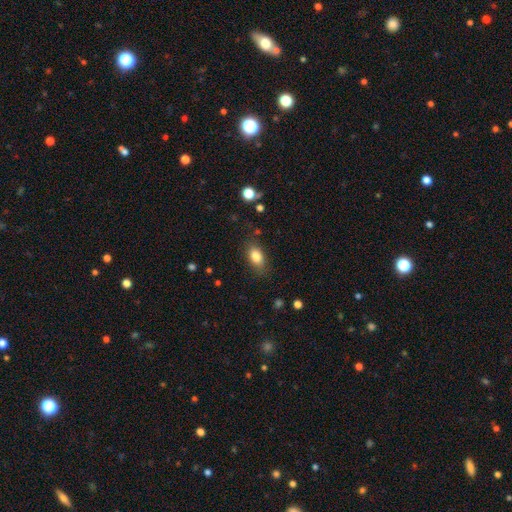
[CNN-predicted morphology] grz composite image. It shows a smooth galaxy with no disk features (83%) that is in between round and cigar-shaped (86%). Merging: none (81%).